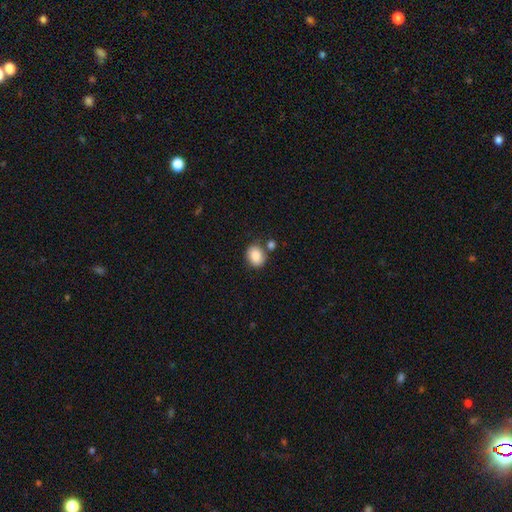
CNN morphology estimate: smooth-or-featured: smooth: 87% | star or artifact: 8% | featured or disk: 5%
  how-rounded: in between: 51% | round: 48% | cigar-shaped: 1%
  merging: none: 66% | merger: 15% | minor disturbance: 14% | major disturbance: 4%